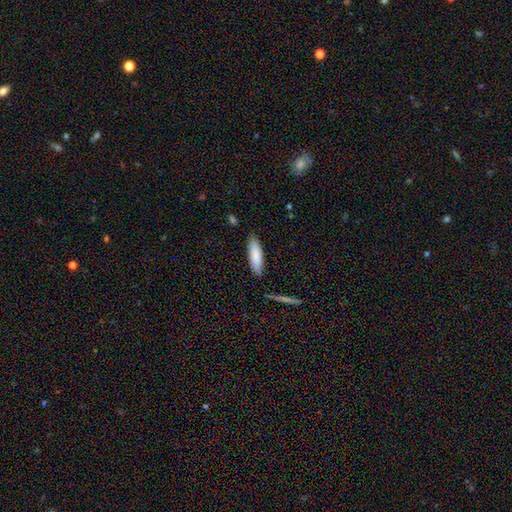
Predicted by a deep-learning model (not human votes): Smooth or featured: smooth — 85% (featured or disk — 9%)
How rounded: cigar-shaped — 57% (in between — 42%)
Merging: none — 83% (minor disturbance — 12%)